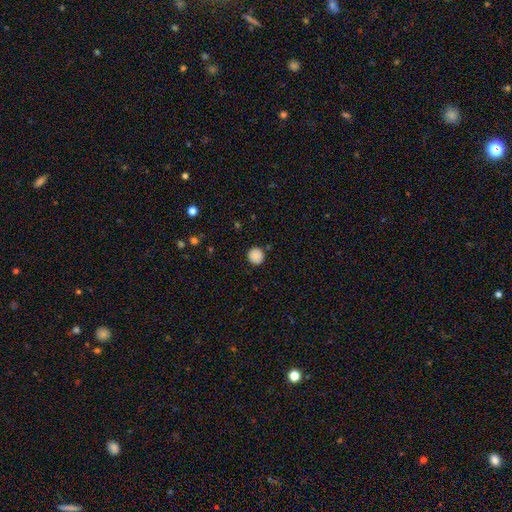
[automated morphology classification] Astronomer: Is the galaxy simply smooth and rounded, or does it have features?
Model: smooth — 87%.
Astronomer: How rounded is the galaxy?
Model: round — 93%.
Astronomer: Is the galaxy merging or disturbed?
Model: none — 89%.